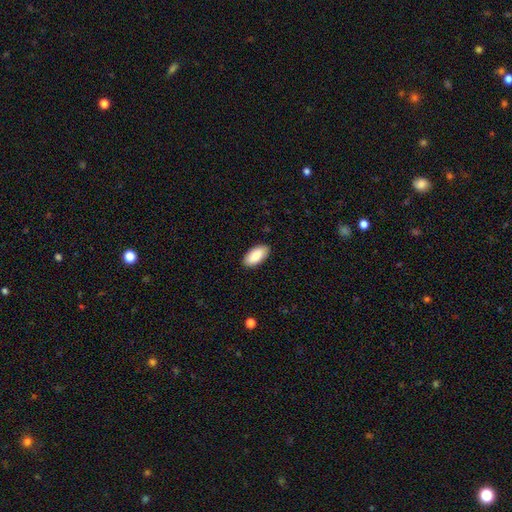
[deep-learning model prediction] Smooth or featured? Predicted: smooth (p=0.88). How rounded? Predicted: in between (p=0.94). Merging? Predicted: none (p=0.89).